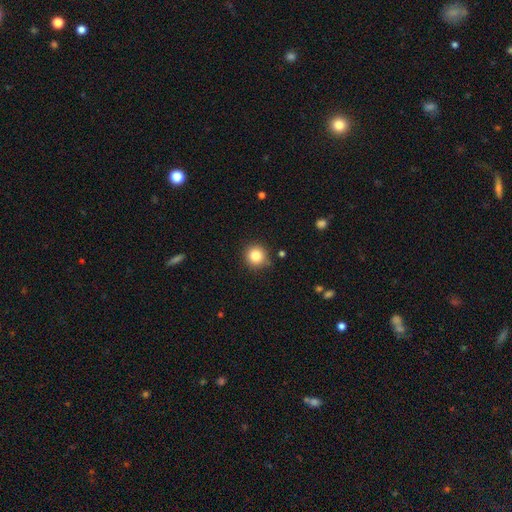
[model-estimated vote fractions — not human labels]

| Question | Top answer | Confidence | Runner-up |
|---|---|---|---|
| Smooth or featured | smooth | 85% | star or artifact (10%) |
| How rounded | round | 93% | in between (6%) |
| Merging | none | 85% | minor disturbance (11%) |